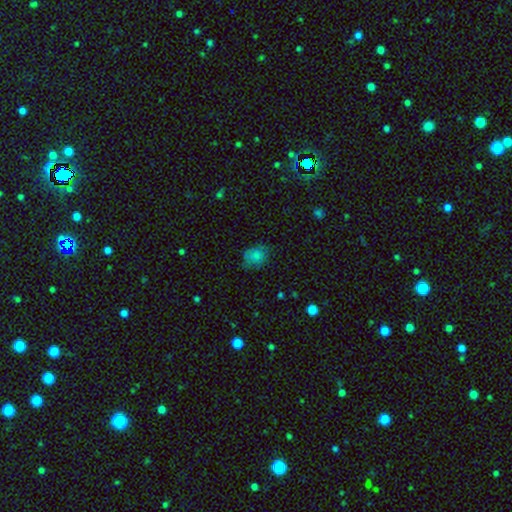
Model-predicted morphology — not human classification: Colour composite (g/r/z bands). It shows a smooth galaxy with no disk features (80%) that is in between round and cigar-shaped (54%). Merging: none (62%).